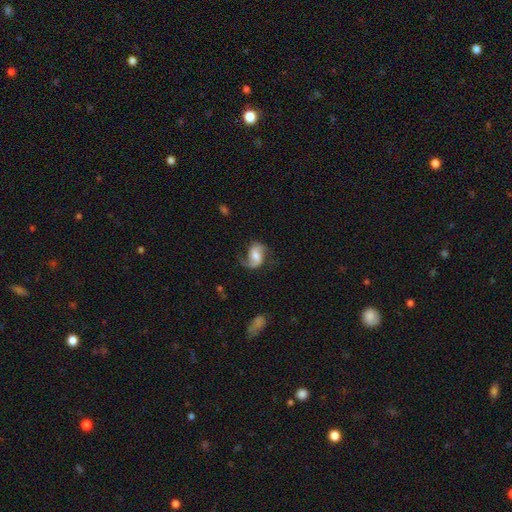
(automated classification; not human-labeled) Smooth or featured: featured or disk — 77% (smooth — 17%)
Edge-on disk: no — 97% (yes — 3%)
Bar: weak — 43% (no — 37%)
Spiral arms: yes — 94% (no — 6%)
Spiral winding: loose — 50% (medium — 39%)
Spiral arm count: 2 — 81% (1 — 13%)
Bulge size: moderate — 55% (small — 26%)
Merging: none — 64% (minor disturbance — 20%)